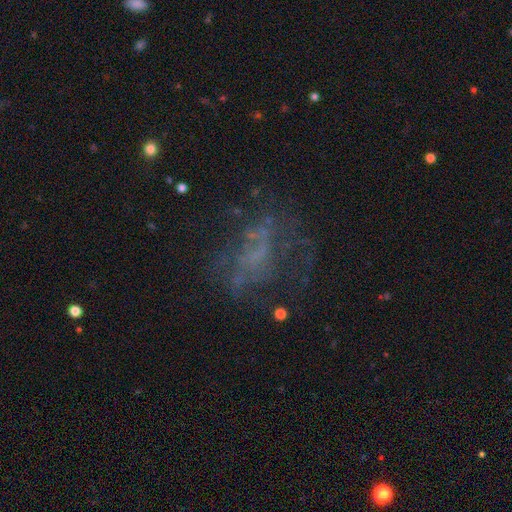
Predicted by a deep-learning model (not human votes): This appears to be a featured or disk galaxy (53%) with no bar (79%), no spiral arms (71%) and no central bulge (75%). Merging: none (47%).